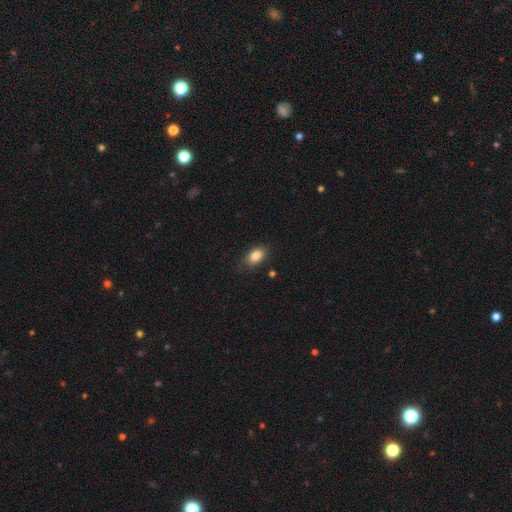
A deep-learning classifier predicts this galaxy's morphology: type=smooth (85%); roundness=in between (90%); merging=none (81%).